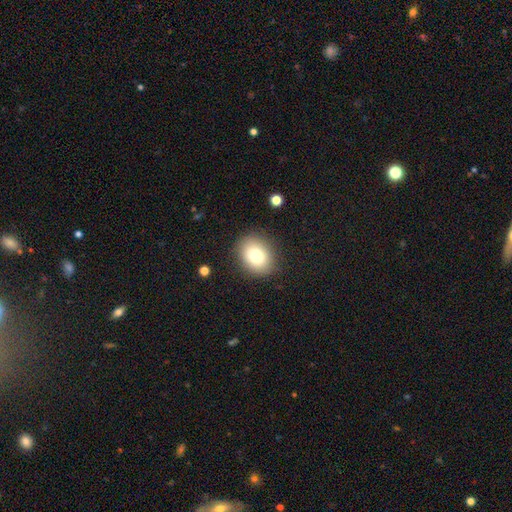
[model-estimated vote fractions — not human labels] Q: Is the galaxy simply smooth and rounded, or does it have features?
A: smooth — 79%.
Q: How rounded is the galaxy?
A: in between — 50%.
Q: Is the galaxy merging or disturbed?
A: none — 86%.